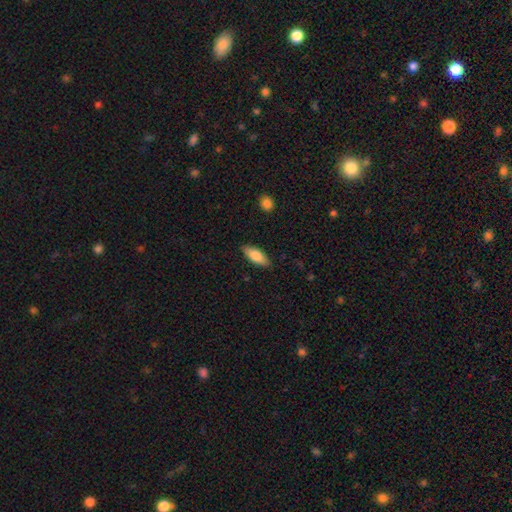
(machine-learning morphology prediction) The model was most divided on "how rounded": in between: 78%, cigar-shaped: 20%, round: 2%. More confident: merging — none (86%); smooth or featured — smooth (80%).